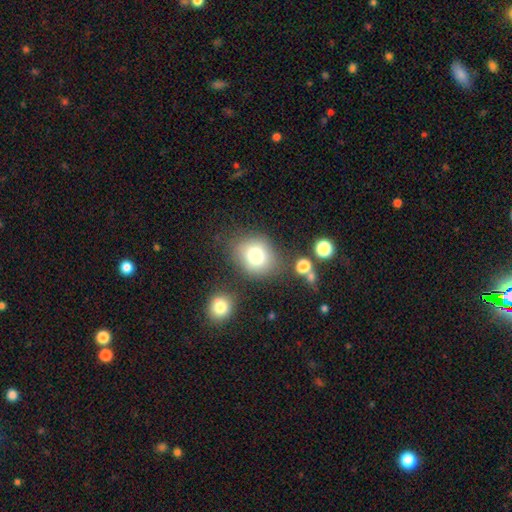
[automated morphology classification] Smooth or featured?
  - smooth: 77% *
  - star or artifact: 12%
  - featured or disk: 11%
How rounded?
  - round: 68% *
  - in between: 31%
  - cigar-shaped: 1%
Merging?
  - none: 74% *
  - minor disturbance: 14%
  - merger: 7%
  - major disturbance: 6%